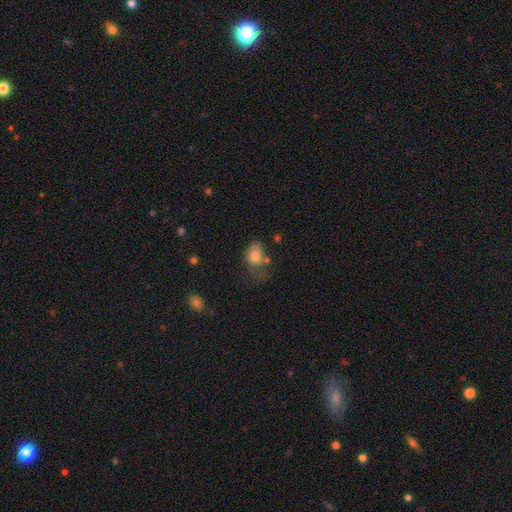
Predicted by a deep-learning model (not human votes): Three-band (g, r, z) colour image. It shows a smooth galaxy with no disk features (77%) that is in between round and cigar-shaped (68%). Merging: major disturbance (30%, tied with minor disturbance).